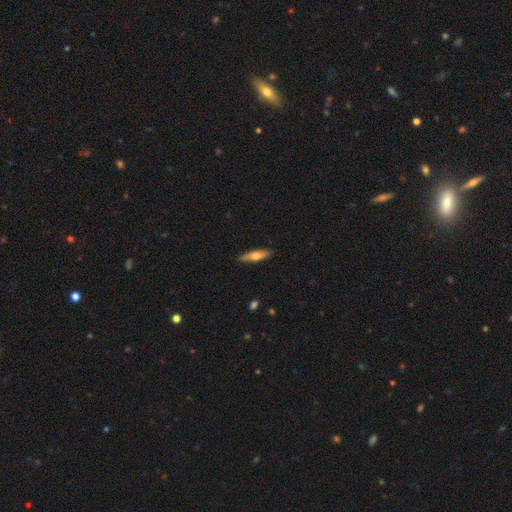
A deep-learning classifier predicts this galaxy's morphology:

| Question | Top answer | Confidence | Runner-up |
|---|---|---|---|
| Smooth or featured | smooth | 59% | featured or disk (35%) |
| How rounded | cigar-shaped | 68% | in between (30%) |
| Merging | none | 87% | minor disturbance (10%) |